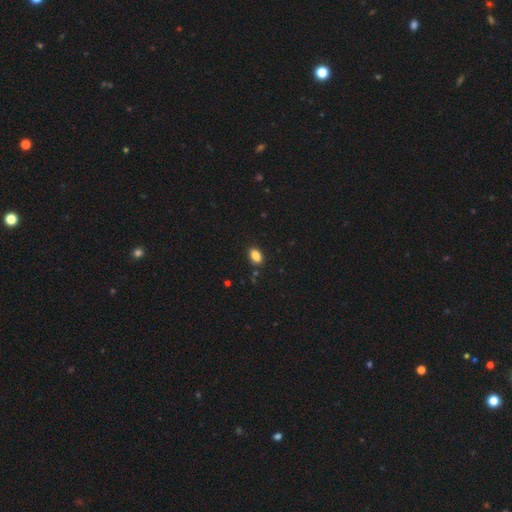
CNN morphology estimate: Smooth or featured? Predicted: smooth (p=0.86). How rounded? Predicted: in between (p=0.87). Merging? Predicted: none (p=0.87).